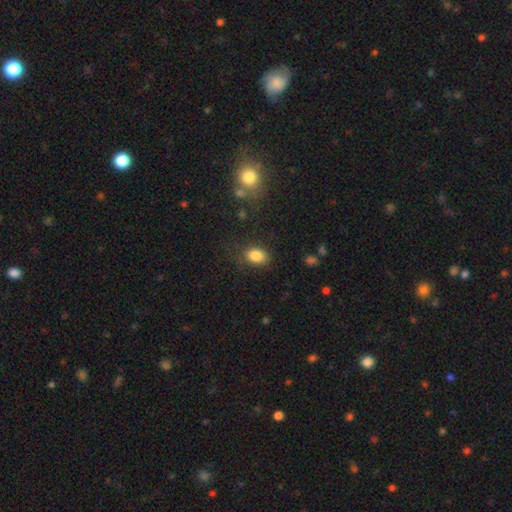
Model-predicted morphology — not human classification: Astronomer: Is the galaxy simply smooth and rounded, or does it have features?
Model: smooth — 84%.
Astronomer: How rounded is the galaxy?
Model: in between — 70%.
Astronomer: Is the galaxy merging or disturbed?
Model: none — 77%.